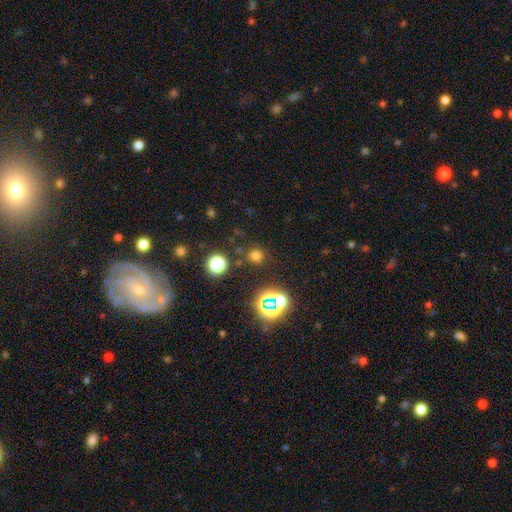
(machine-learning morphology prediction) smooth_or_featured: smooth (p=0.64) [alt: star or artifact p=0.30]
how_rounded: round (p=0.87) [alt: in between p=0.12]
merging: none (p=0.82) [alt: minor disturbance p=0.09]